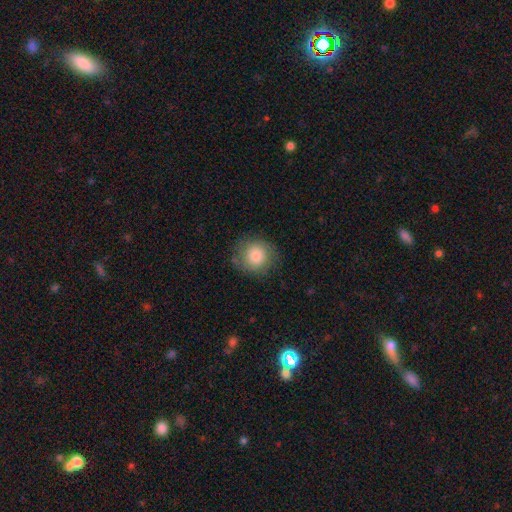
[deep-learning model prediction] Smooth or featured? smooth (80%)
How rounded? round (90%)
Merging? none (81%)